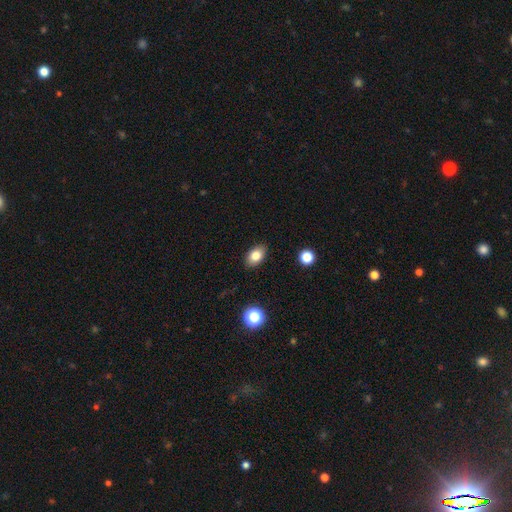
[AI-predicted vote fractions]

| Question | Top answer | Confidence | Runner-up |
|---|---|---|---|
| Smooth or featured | smooth | 82% | star or artifact (10%) |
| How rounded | in between | 85% | round (14%) |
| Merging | none | 88% | minor disturbance (9%) |